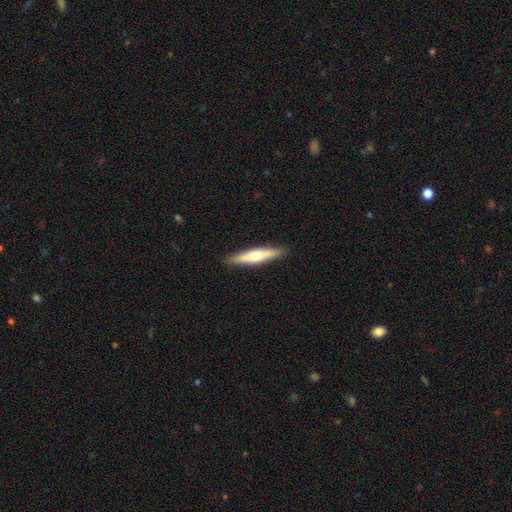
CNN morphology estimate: Overall: featured or disk (49%; smooth 45%). Merging: none (90%).